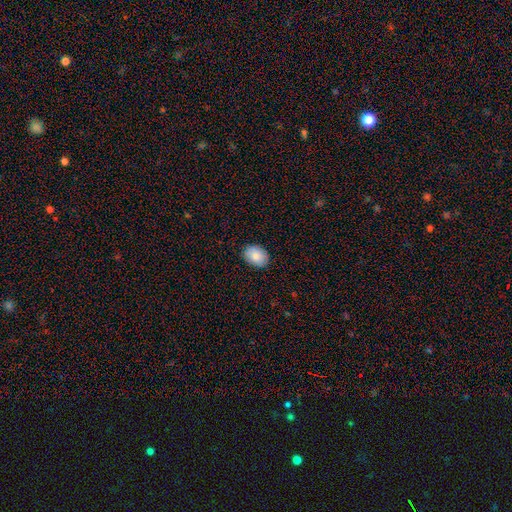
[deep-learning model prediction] A smooth galaxy with no disk features (85%) that is in between round and cigar-shaped (70%).

Vote fractions:
- Smooth or featured? smooth: 85% / featured or disk: 8% / star or artifact: 7%
- How rounded? in between: 70% / round: 30% / cigar-shaped: 1%
- Merging? none: 87% / minor disturbance: 10% / major disturbance: 2% / merger: 1%